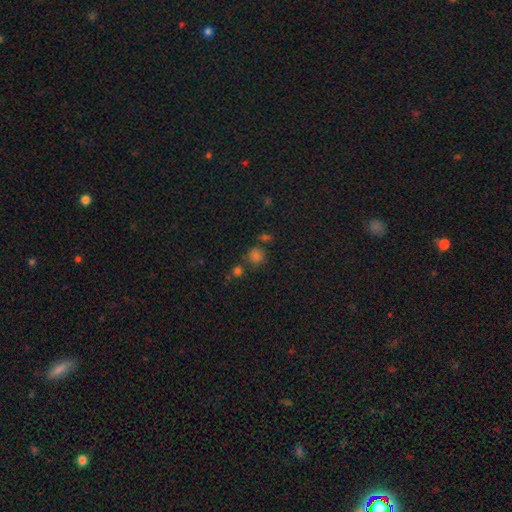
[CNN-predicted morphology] A smooth galaxy with no disk features (66%) that is round (84%). Merging: none (64%).